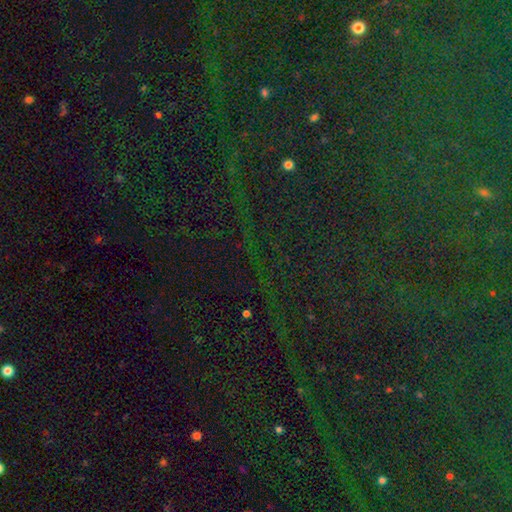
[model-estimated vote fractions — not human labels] Smooth or featured: star or artifact — 84% (smooth — 9%)